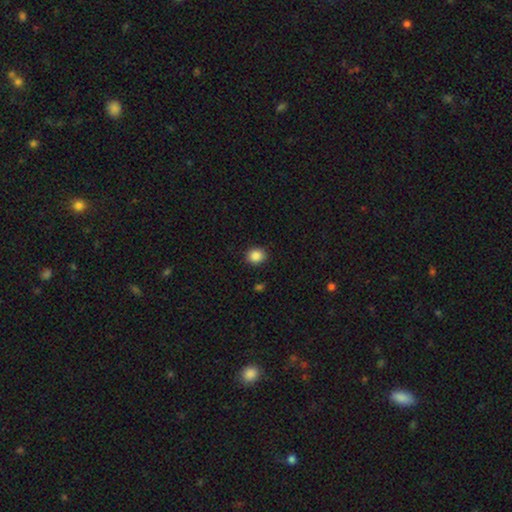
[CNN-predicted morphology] smooth 87%, star or artifact 10%, featured or disk 3%. Down the decision tree: how rounded — round (74%); merging — none (90%).